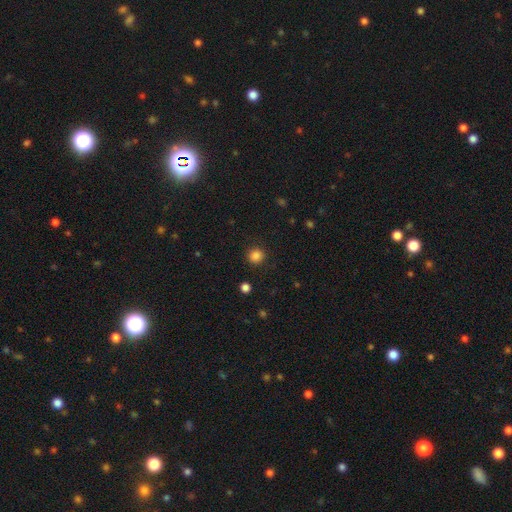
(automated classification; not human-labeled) This is clearly a smooth galaxy (85%). How rounded: clearly round (91%). Merging: clearly none (90%).